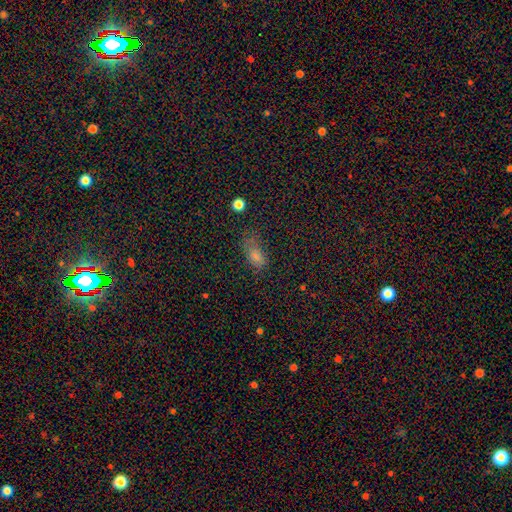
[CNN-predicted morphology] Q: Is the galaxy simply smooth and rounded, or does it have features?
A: smooth — 66%.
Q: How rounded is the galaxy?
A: in between — 81%.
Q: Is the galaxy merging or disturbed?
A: none — 42%.